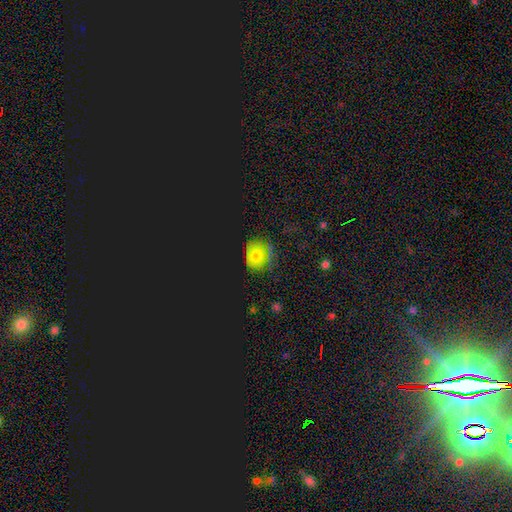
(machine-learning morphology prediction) This is possibly a smooth galaxy (54%). How rounded: likely round (77%). Merging: likely none (77%).